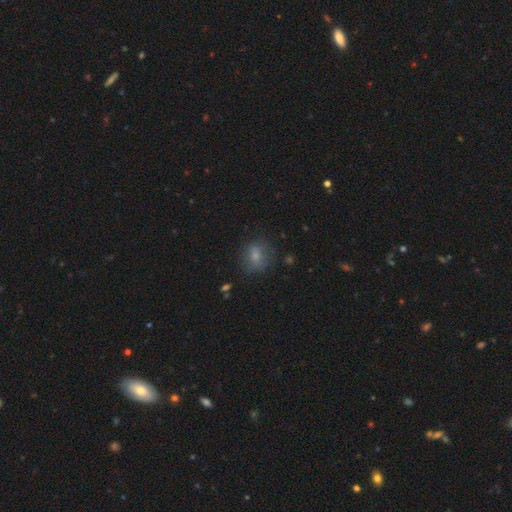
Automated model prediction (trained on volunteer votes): smooth 72%, featured or disk 15%, star or artifact 12%. Down the decision tree: how rounded — round (57%); merging — none (68%).